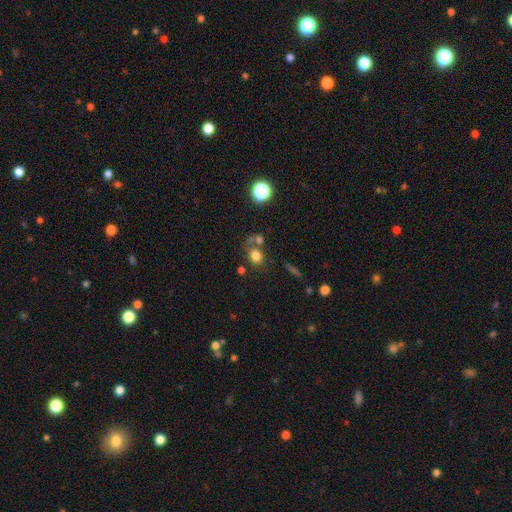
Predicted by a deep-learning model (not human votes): Morphology: type=smooth (77%); roundness=round (74%); merging=none (57%).